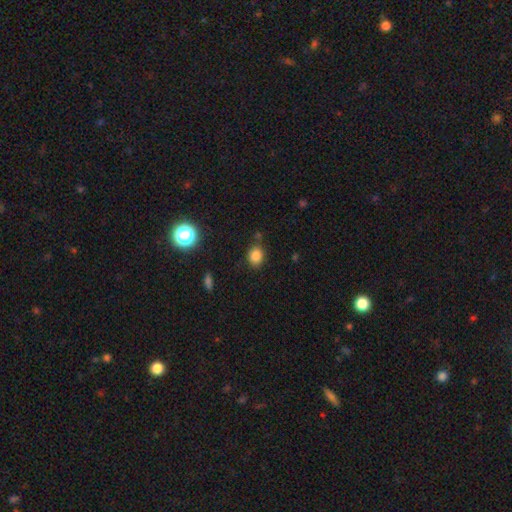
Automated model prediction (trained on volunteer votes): smooth-or-featured: smooth: 81% | star or artifact: 13% | featured or disk: 5%
  how-rounded: round: 56% | in between: 43% | cigar-shaped: 1%
  merging: none: 77% | minor disturbance: 14% | merger: 5% | major disturbance: 4%